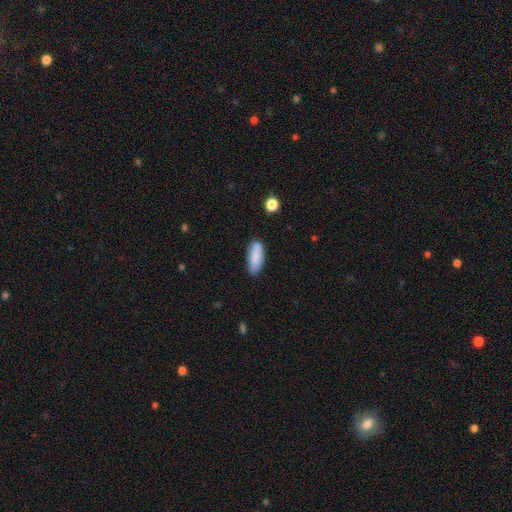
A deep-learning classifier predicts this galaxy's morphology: This is clearly a smooth galaxy (86%). How rounded: likely in between (66%). Merging: likely none (77%).